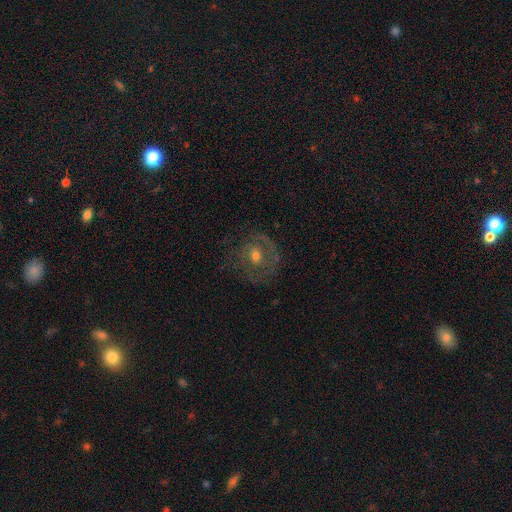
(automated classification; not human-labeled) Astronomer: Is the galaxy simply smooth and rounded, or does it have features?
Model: featured or disk — 67%.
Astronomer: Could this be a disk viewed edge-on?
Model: no — 97%.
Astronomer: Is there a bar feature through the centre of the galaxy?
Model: no — 62%.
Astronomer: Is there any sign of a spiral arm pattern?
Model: yes — 69%.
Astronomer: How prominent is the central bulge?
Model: moderate — 59% (runner-up: small, 36%).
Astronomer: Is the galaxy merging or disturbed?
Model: none — 66%.